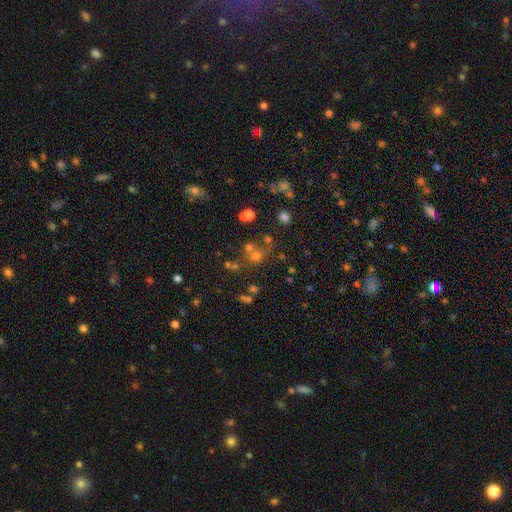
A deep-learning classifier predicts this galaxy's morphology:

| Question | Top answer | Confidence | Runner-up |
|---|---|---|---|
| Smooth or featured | smooth | 52% | star or artifact (32%) |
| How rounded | round | 85% | in between (14%) |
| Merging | none | 56% | merger (30%) |